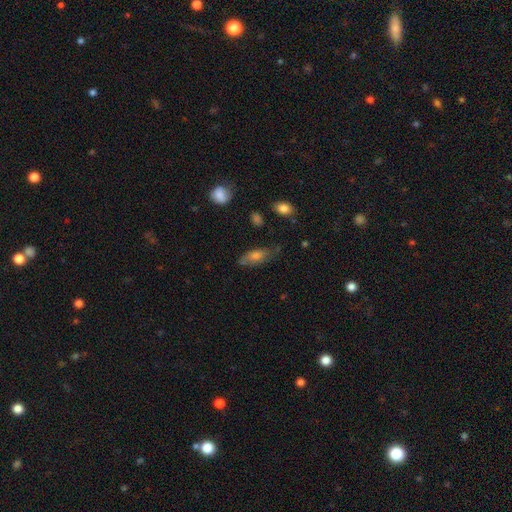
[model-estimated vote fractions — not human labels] Smooth or featured: smooth — 59% (featured or disk — 31%)
How rounded: in between — 71% (cigar-shaped — 24%)
Merging: none — 62% (minor disturbance — 26%)